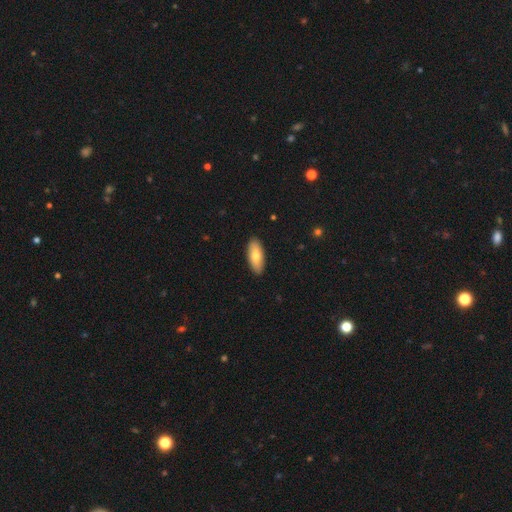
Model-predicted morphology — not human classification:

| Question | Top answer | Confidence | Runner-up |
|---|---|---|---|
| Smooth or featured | smooth | 77% | featured or disk (18%) |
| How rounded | in between | 80% | cigar-shaped (18%) |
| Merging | none | 90% | minor disturbance (8%) |